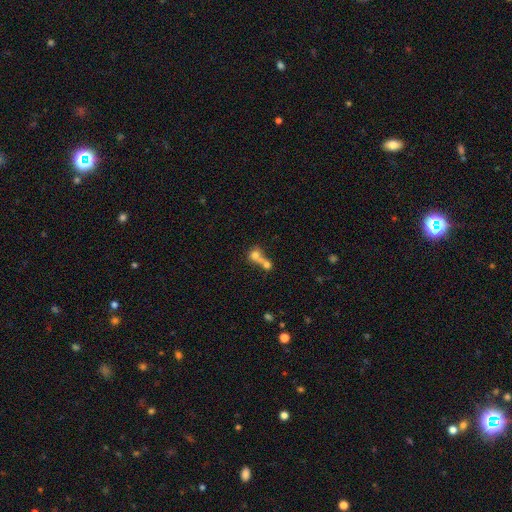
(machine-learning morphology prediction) Smooth or featured? smooth (69%)
How rounded? round (72%)
Merging? merger (66%)